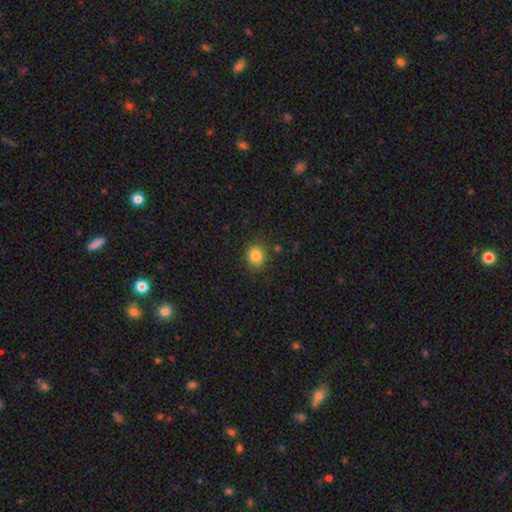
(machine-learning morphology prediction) smooth-or-featured: smooth: 84% | star or artifact: 11% | featured or disk: 5%
  how-rounded: round: 79% | in between: 21% | cigar-shaped: 1%
  merging: none: 86% | minor disturbance: 9% | major disturbance: 3% | merger: 2%